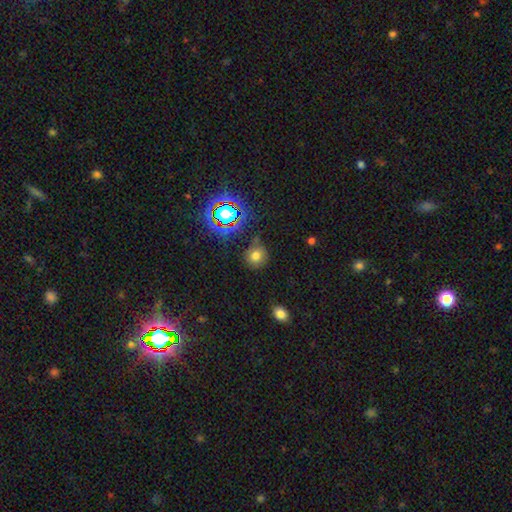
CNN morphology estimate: The model was most divided on "smooth or featured": smooth: 70%, star or artifact: 20%, featured or disk: 10%. More confident: how rounded — round (82%); merging — none (73%).